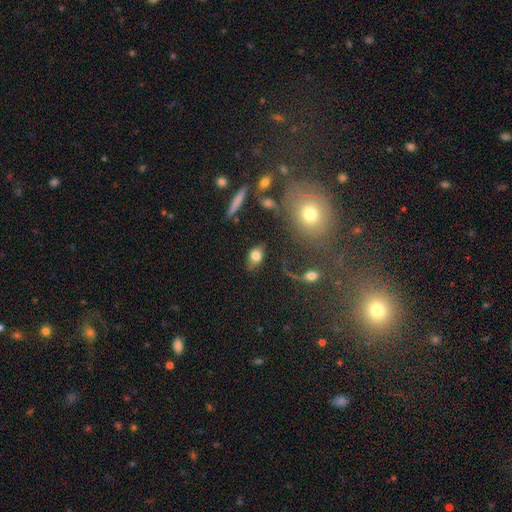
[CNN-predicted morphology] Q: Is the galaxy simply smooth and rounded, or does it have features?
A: smooth — 70%.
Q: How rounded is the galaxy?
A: in between — 79%.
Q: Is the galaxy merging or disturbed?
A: none — 67%.